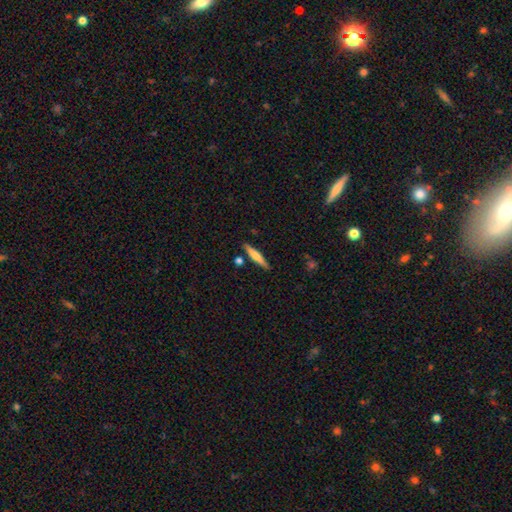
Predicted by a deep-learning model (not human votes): A smooth galaxy with no disk features (58%) that is cigar-shaped (89%).

Vote fractions:
- Smooth or featured? smooth: 58% / featured or disk: 36% / star or artifact: 6%
- How rounded? cigar-shaped: 89% / in between: 9% / round: 2%
- Merging? none: 86% / minor disturbance: 8% / merger: 4% / major disturbance: 2%